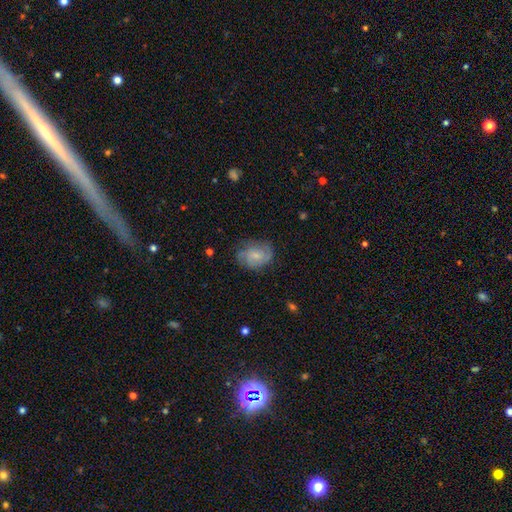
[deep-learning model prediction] smooth_or_featured: featured or disk (p=0.58) [alt: smooth p=0.34]
disk_edge_on: no (p=0.97) [alt: yes p=0.03]
bar: no (p=0.53) [alt: weak p=0.42]
has_spiral_arms: yes (p=0.88) [alt: no p=0.12]
bulge_size: small (p=0.48) [alt: moderate p=0.31]
merging: none (p=0.68) [alt: minor disturbance p=0.22]